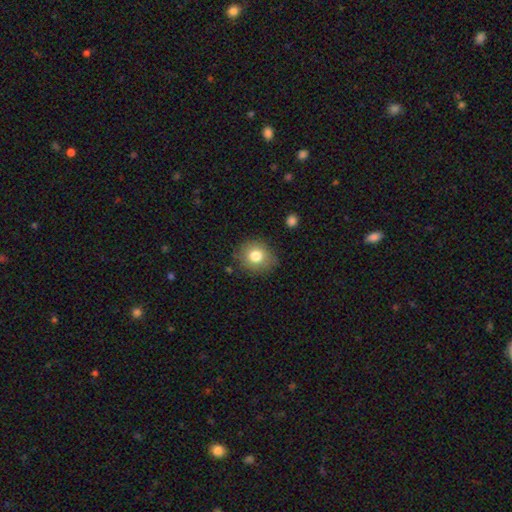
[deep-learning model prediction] Overall: smooth (79%). How rounded: round (79%). Merging: none (82%).